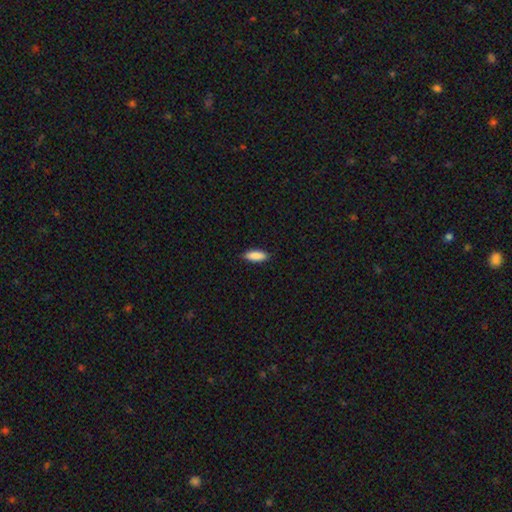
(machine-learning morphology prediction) Smooth or featured?
  - smooth: 89% *
  - star or artifact: 6%
  - featured or disk: 5%
How rounded?
  - in between: 68% *
  - cigar-shaped: 30%
  - round: 2%
Merging?
  - none: 88% *
  - minor disturbance: 10%
  - major disturbance: 2%
  - merger: 1%